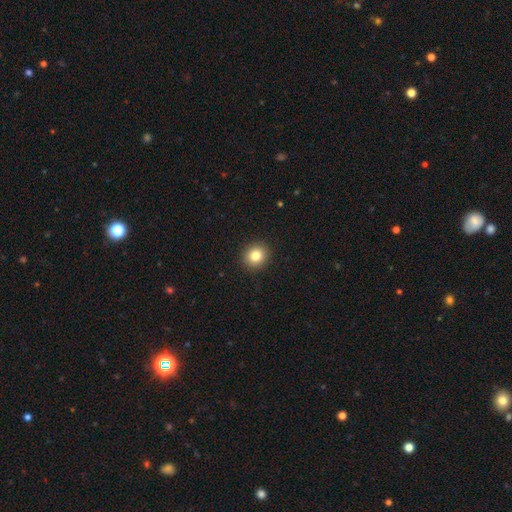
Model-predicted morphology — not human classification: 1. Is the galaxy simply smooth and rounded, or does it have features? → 83% smooth, 11% star or artifact, 7% featured or disk.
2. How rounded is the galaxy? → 85% round, 14% in between, 1% cigar-shaped.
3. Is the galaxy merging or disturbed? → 92% none, 5% minor disturbance, 2% major disturbance, 1% merger.